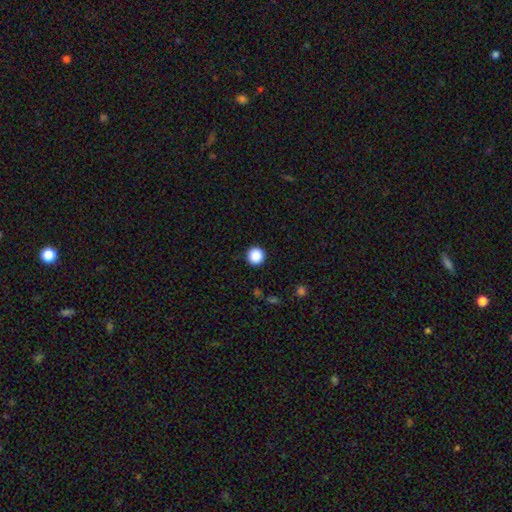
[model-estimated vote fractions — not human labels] This is clearly a smooth galaxy (88%). How rounded: clearly round (95%). Merging: clearly none (92%).